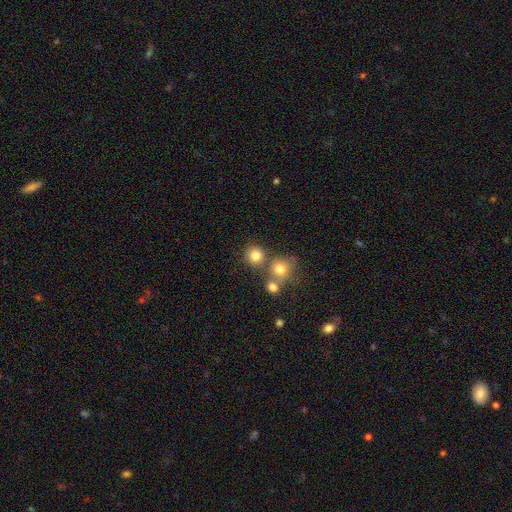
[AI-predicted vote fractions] Smooth or featured? smooth (80%)
How rounded? round (89%)
Merging? none (67%)